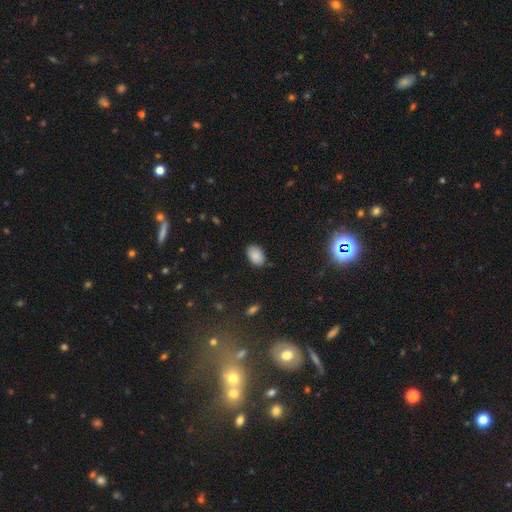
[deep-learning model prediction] Smooth or featured? Predicted: smooth (p=0.86). How rounded? Predicted: in between (p=0.88). Merging? Predicted: none (p=0.83).